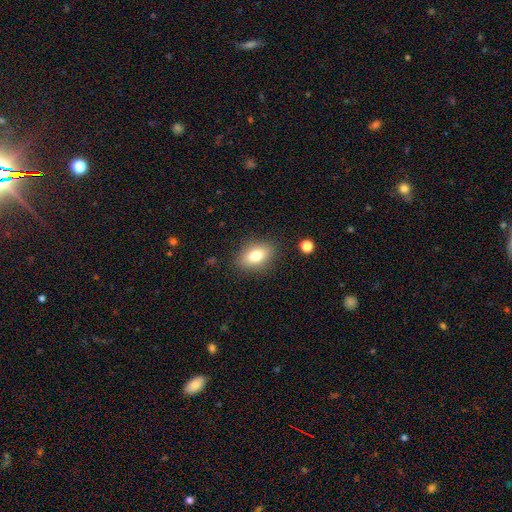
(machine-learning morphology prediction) This appears to be a smooth galaxy with no disk features (77%) that is in between round and cigar-shaped (82%). Merging: none (84%).